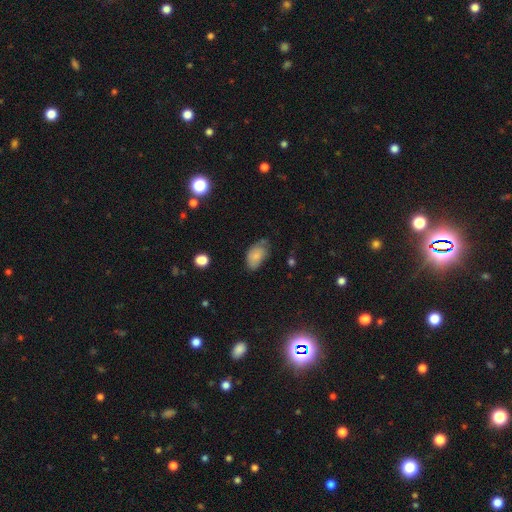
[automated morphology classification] Smooth or featured: smooth — 77% (featured or disk — 15%)
How rounded: in between — 92% (round — 6%)
Merging: none — 49% (minor disturbance — 37%)